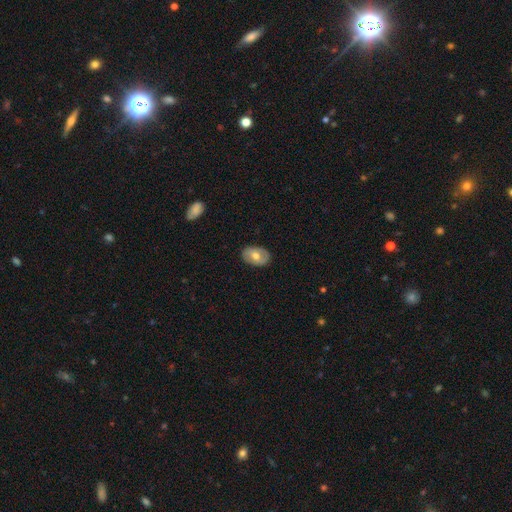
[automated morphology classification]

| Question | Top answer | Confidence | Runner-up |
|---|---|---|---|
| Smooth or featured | smooth | 55% | featured or disk (39%) |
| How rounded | in between | 85% | round (14%) |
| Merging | none | 84% | minor disturbance (12%) |